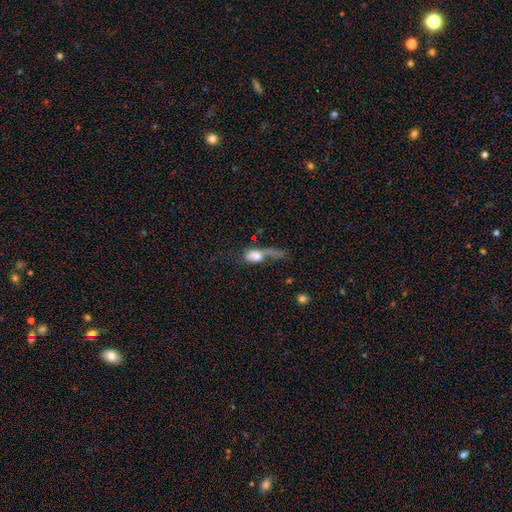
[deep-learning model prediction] A smooth galaxy with no disk features (61%) that is in between round and cigar-shaped (66%). Merging: major disturbance (53%).